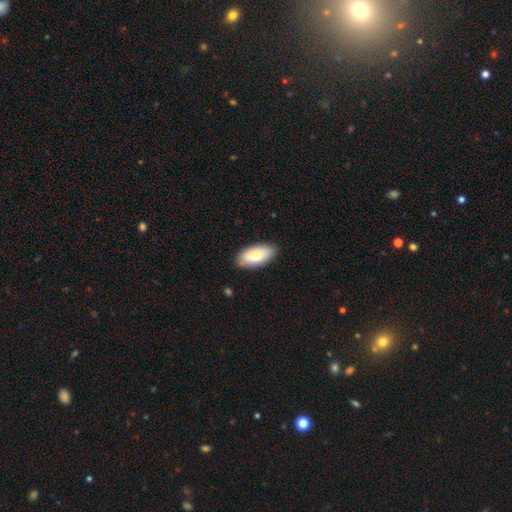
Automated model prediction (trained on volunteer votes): smooth_or_featured: smooth (p=0.80) [alt: featured or disk p=0.15]
how_rounded: in between (p=0.93) [alt: cigar-shaped p=0.05]
merging: none (p=0.85) [alt: minor disturbance p=0.12]